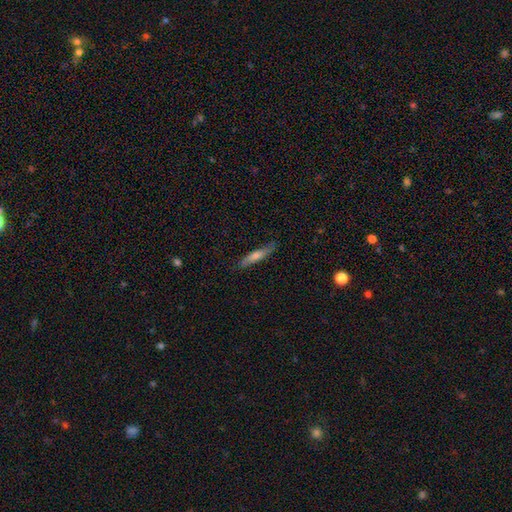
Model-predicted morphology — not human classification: smooth_or_featured: smooth (p=0.52) [alt: featured or disk p=0.41]
how_rounded: cigar-shaped (p=0.86) [alt: in between p=0.12]
merging: none (p=0.80) [alt: minor disturbance p=0.16]